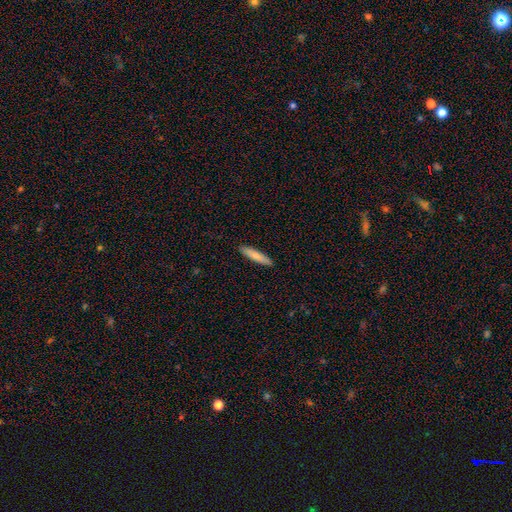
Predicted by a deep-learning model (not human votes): Q: Smooth or featured?
A: smooth (80%); runner-up: featured or disk (14%)
Q: How rounded?
A: cigar-shaped (85%); runner-up: in between (13%)
Q: Merging?
A: none (91%); runner-up: minor disturbance (7%)